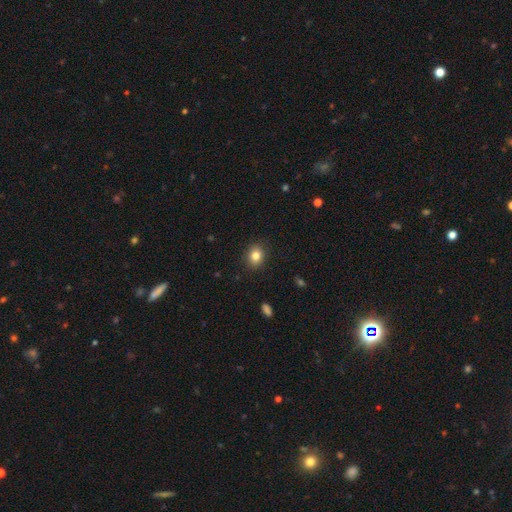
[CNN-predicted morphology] Smooth or featured? Predicted: smooth (p=0.83). How rounded? Predicted: round (p=0.58). Merging? Predicted: none (p=0.89).